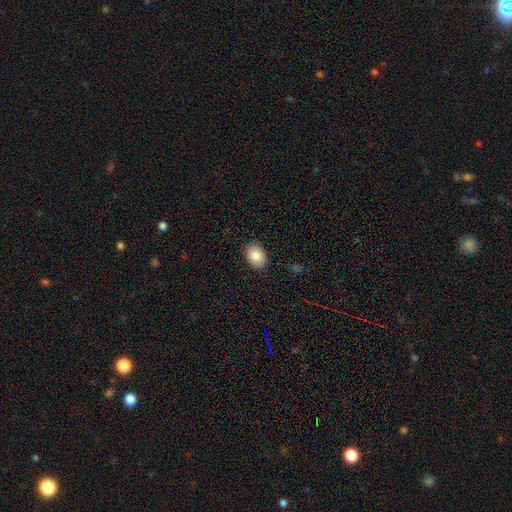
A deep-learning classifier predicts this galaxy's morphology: smooth_or_featured: smooth (p=0.86) [alt: star or artifact p=0.07]
how_rounded: in between (p=0.79) [alt: round p=0.20]
merging: none (p=0.90) [alt: minor disturbance p=0.08]